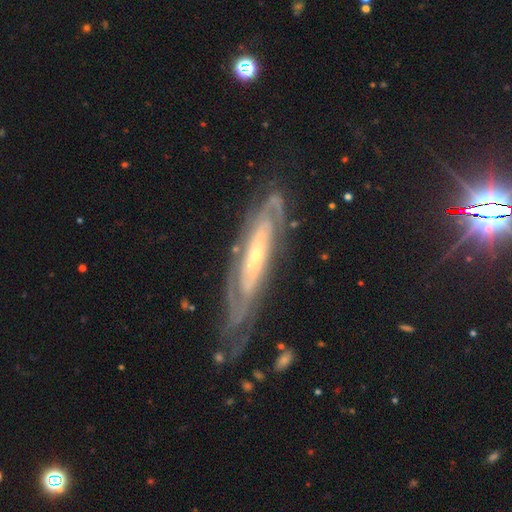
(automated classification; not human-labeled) This appears to be a featured or disk galaxy (85%) with no bar (57%), tight (74%) spiral arms (93%) and a small central bulge (71%). Merging: none (71%).